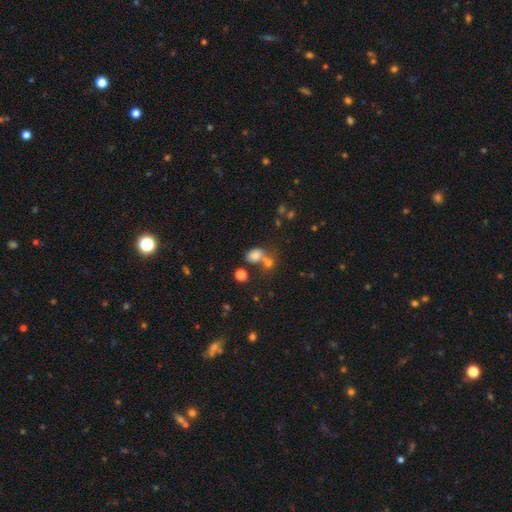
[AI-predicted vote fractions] This is likely a smooth galaxy (73%). How rounded: possibly in between (58%). Merging: marginally merger (41%).